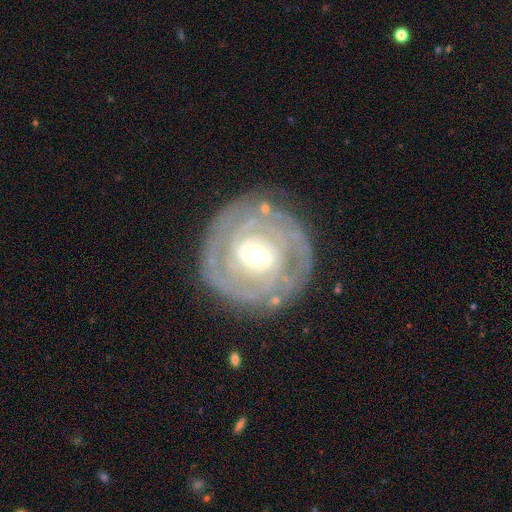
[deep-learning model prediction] Smooth or featured?
  - featured or disk: 84% *
  - smooth: 11%
  - star or artifact: 5%
Edge-on disk?
  - no: 96% *
  - yes: 4%
Bar?
  - weak: 49% *
  - strong: 34%
  - no: 18%
Spiral arms?
  - yes: 91% *
  - no: 9%
Spiral winding?
  - tight: 80% *
  - medium: 16%
  - loose: 4%
Spiral arm count?
  - 2: 35% *
  - can't tell: 32%
  - 3: 15%
  - 4: 8%
  - 1: 5%
  - more than 4: 5%
Bulge size?
  - moderate: 59% *
  - small: 33%
  - large: 6%
  - dominant: 1%
  - none: 1%
Merging?
  - none: 81% *
  - minor disturbance: 12%
  - major disturbance: 5%
  - merger: 2%